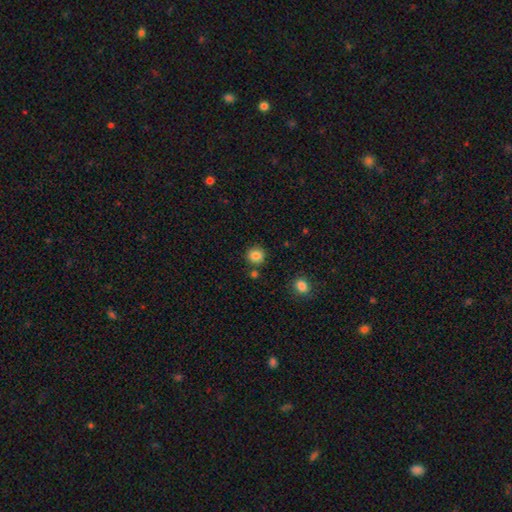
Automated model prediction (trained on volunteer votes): Morphology: type=smooth (85%); roundness=round (89%); merging=none (84%).